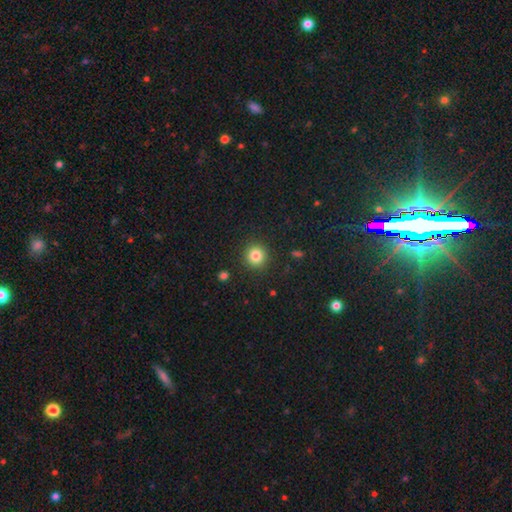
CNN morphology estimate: This is clearly a smooth galaxy (83%). How rounded: clearly round (93%). Merging: clearly none (91%).